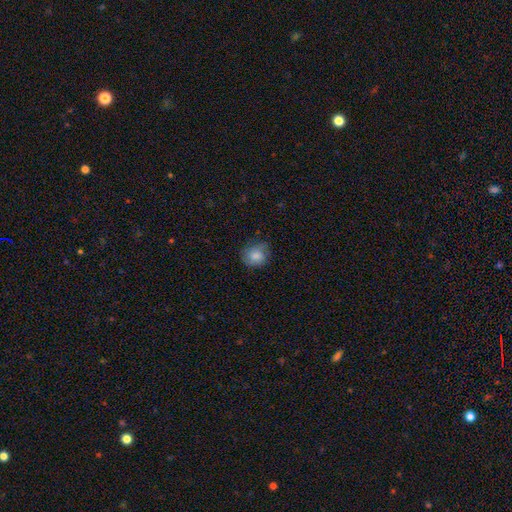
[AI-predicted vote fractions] The model was most divided on "merging": none: 67%, minor disturbance: 25%, major disturbance: 7%, merger: 1%. More confident: smooth or featured — smooth (80%); how rounded — round (74%).